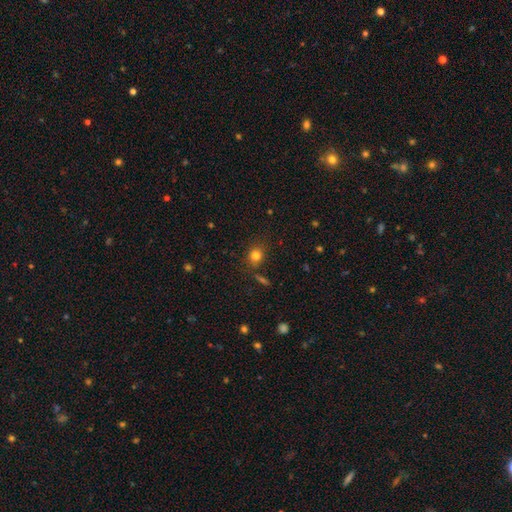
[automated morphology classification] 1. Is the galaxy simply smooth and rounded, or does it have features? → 80% smooth, 13% star or artifact, 7% featured or disk.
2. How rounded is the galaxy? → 70% round, 29% in between, 1% cigar-shaped.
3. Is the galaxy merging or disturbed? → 80% none, 12% minor disturbance, 4% major disturbance, 4% merger.